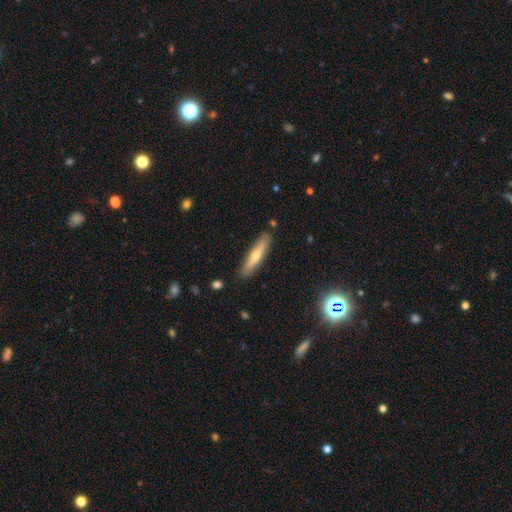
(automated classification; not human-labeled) Smooth or featured: smooth — 56% (featured or disk — 38%)
How rounded: cigar-shaped — 84% (in between — 14%)
Merging: none — 86% (minor disturbance — 10%)